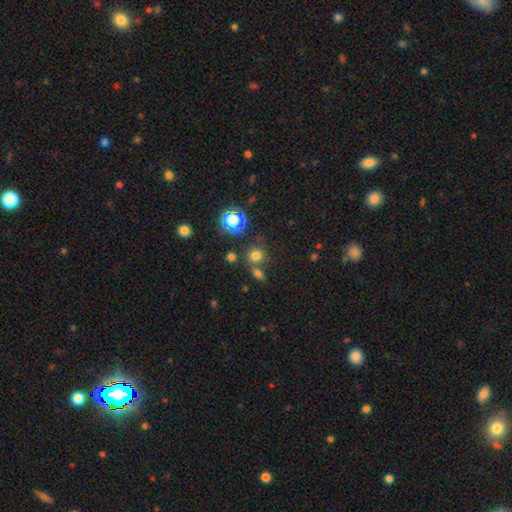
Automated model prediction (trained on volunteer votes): The model was most divided on "merging": none: 66%, merger: 21%, minor disturbance: 9%, major disturbance: 4%. More confident: how rounded — round (81%); smooth or featured — smooth (70%).